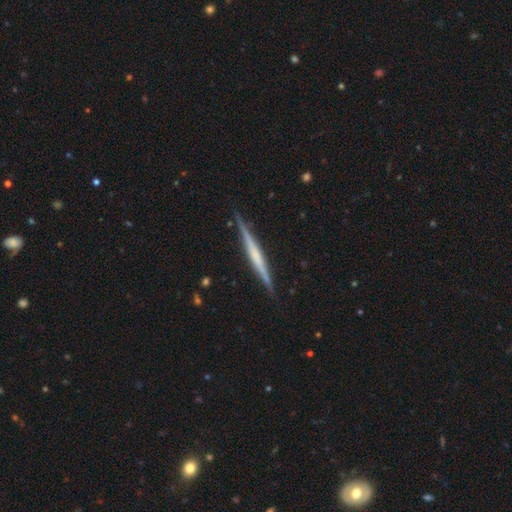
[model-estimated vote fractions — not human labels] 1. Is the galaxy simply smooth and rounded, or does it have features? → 67% featured or disk, 28% smooth, 5% star or artifact.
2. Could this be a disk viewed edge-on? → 98% yes, 2% no.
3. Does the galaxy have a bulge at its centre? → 59% none, 25% rounded, 16% boxy.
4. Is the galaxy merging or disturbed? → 89% none, 8% minor disturbance, 1% major disturbance, 1% merger.